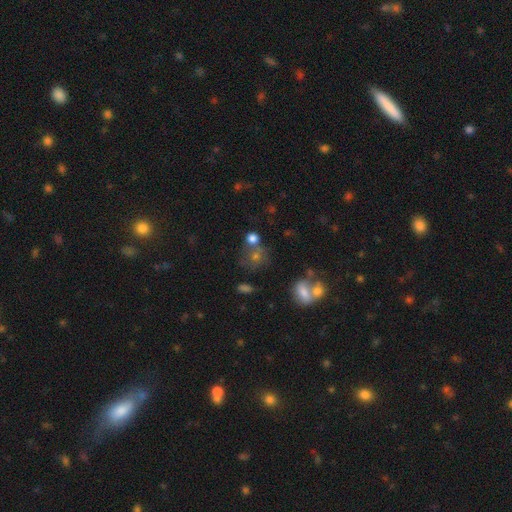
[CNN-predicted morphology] A smooth galaxy with no disk features (60%) that is round (75%). Merging: none (51%).